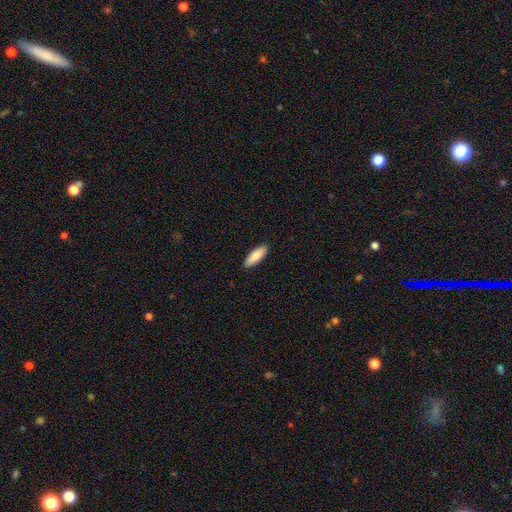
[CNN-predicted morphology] Smooth or featured: smooth — 84% (featured or disk — 11%)
How rounded: in between — 62% (cigar-shaped — 36%)
Merging: none — 90% (minor disturbance — 7%)